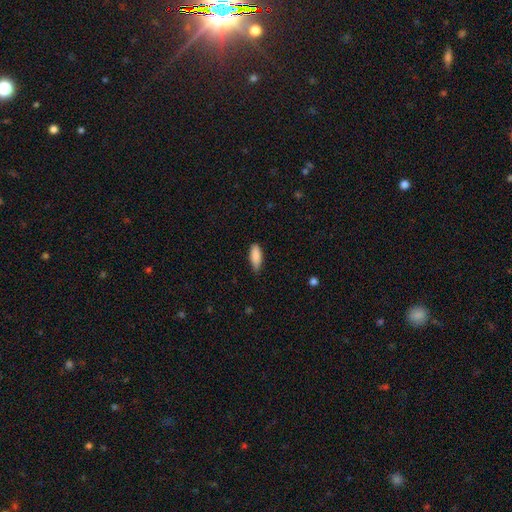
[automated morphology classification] This appears to be a smooth galaxy with no disk features (88%) that is in between round and cigar-shaped (74%). Merging: none (67%).